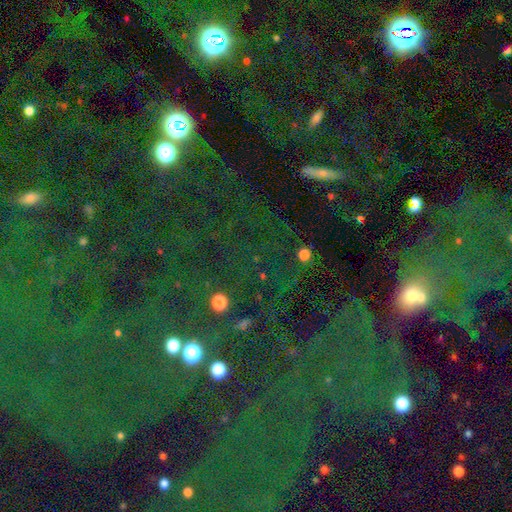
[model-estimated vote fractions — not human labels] The model was most divided on "smooth or featured": star or artifact: 75%, smooth: 15%, featured or disk: 10%.